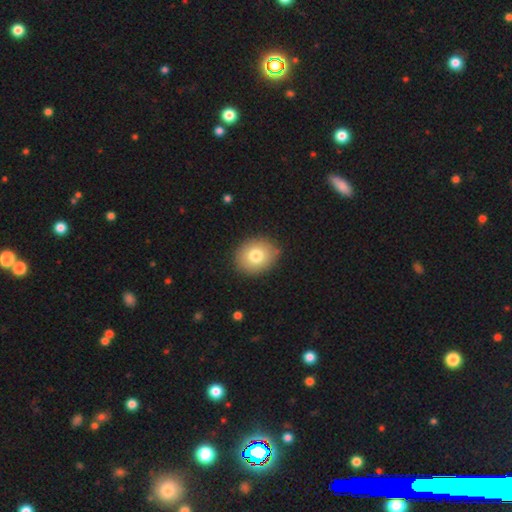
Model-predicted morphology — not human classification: This appears to be a smooth galaxy with no disk features (78%) that is round (67%). Merging: none (89%).